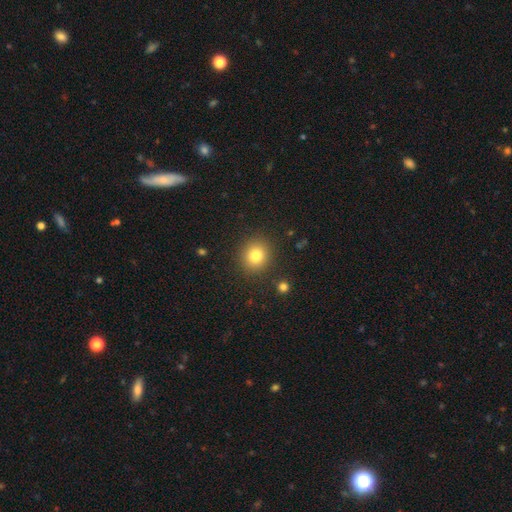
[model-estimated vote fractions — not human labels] Smooth or featured? smooth (81%)
How rounded? round (83%)
Merging? none (88%)